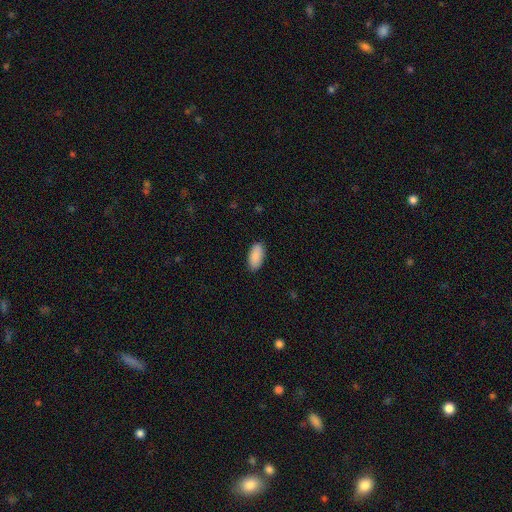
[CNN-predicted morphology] The model was most divided on "merging": none: 89%, minor disturbance: 8%, major disturbance: 2%, merger: 1%. More confident: how rounded — in between (92%); smooth or featured — smooth (89%).